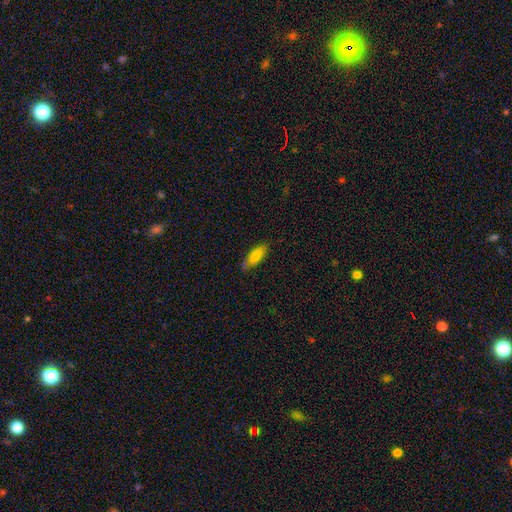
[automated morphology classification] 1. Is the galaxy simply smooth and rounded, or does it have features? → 82% smooth, 12% featured or disk, 6% star or artifact.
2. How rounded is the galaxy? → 63% in between, 36% cigar-shaped, 2% round.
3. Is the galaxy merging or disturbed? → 73% none, 21% minor disturbance, 4% major disturbance, 2% merger.